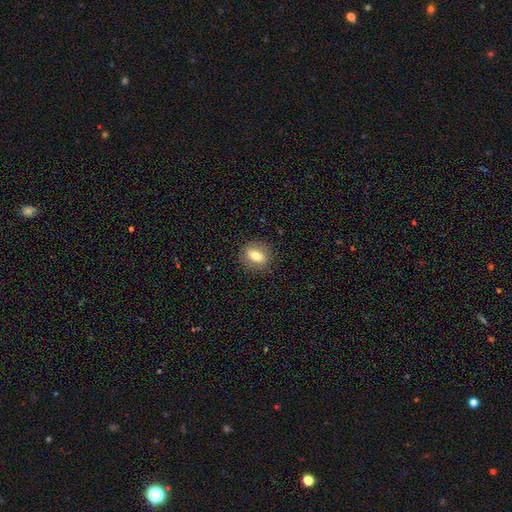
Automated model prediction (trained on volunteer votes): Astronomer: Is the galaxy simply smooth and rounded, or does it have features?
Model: smooth — 72%.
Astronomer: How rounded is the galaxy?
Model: in between — 53% (runner-up: round, 44%).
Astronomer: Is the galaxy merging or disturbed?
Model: none — 87%.